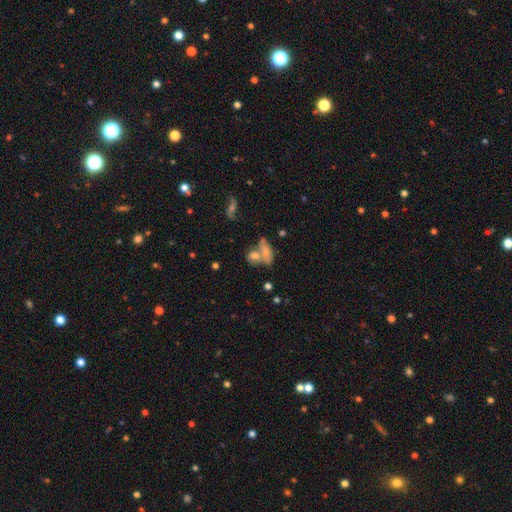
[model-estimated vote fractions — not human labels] The model was most divided on "merging": merger: 41%, none: 40%, minor disturbance: 12%, major disturbance: 7%. More confident: how rounded — in between (60%); smooth or featured — smooth (56%).